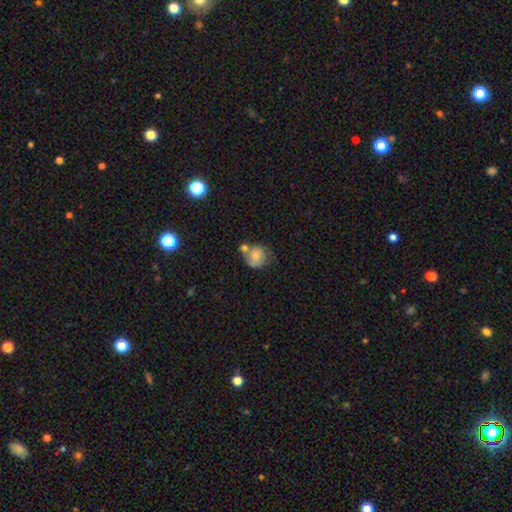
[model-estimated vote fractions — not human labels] Smooth or featured? smooth (69%)
How rounded? round (74%)
Merging? none (35%)